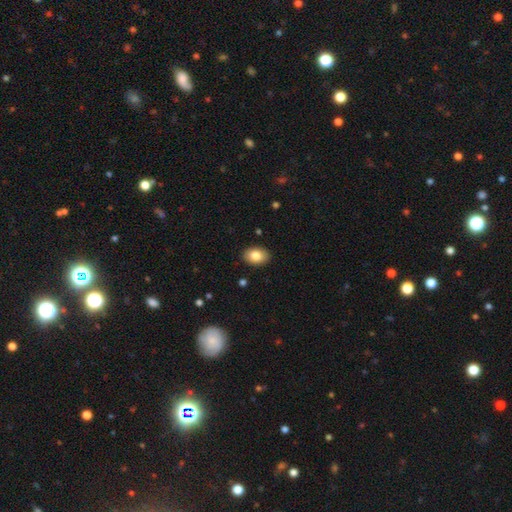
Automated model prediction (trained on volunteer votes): Smooth or featured?
  - smooth: 84% *
  - featured or disk: 9%
  - star or artifact: 7%
How rounded?
  - in between: 82% *
  - round: 17%
  - cigar-shaped: 1%
Merging?
  - none: 89% *
  - minor disturbance: 8%
  - major disturbance: 2%
  - merger: 1%